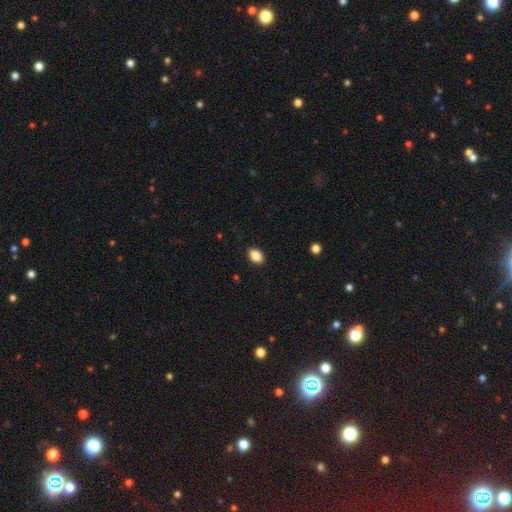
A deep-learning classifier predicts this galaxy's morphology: Smooth or featured?
  - smooth: 88% *
  - star or artifact: 8%
  - featured or disk: 4%
How rounded?
  - in between: 83% *
  - round: 15%
  - cigar-shaped: 1%
Merging?
  - none: 90% *
  - minor disturbance: 7%
  - major disturbance: 2%
  - merger: 1%